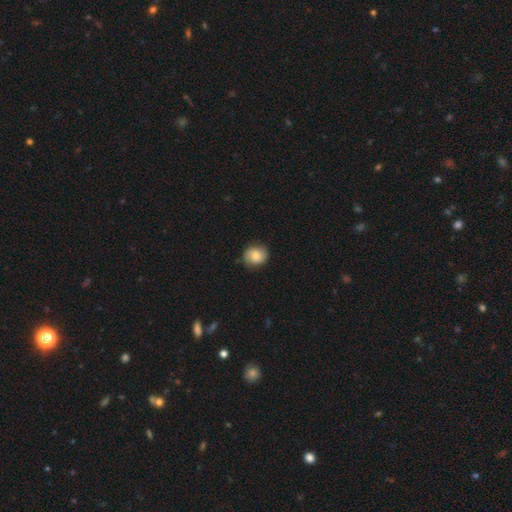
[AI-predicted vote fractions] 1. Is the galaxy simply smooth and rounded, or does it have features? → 69% smooth, 23% featured or disk, 8% star or artifact.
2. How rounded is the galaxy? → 75% round, 24% in between, 1% cigar-shaped.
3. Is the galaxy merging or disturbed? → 80% none, 15% minor disturbance, 3% major disturbance, 1% merger.